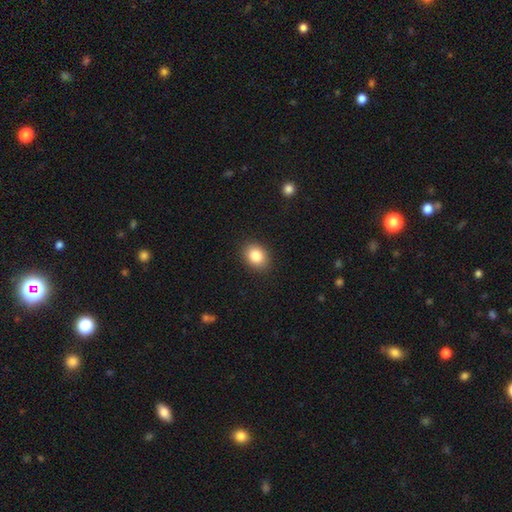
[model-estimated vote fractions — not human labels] Smooth or featured: smooth — 84% (star or artifact — 9%)
How rounded: in between — 57% (round — 42%)
Merging: none — 89% (minor disturbance — 8%)